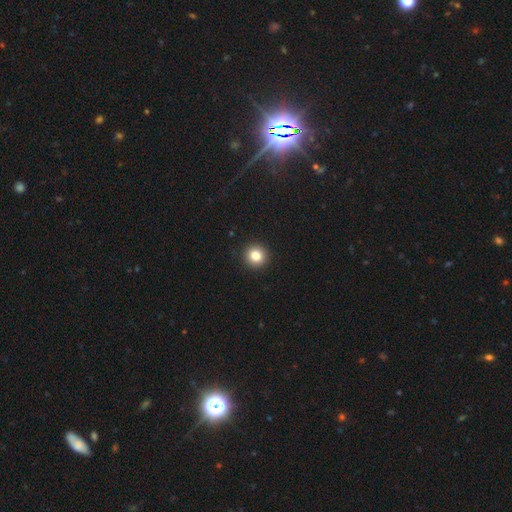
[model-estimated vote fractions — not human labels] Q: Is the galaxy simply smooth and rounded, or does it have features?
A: smooth — 82%.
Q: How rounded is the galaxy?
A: round — 94%.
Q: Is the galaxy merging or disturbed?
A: none — 93%.